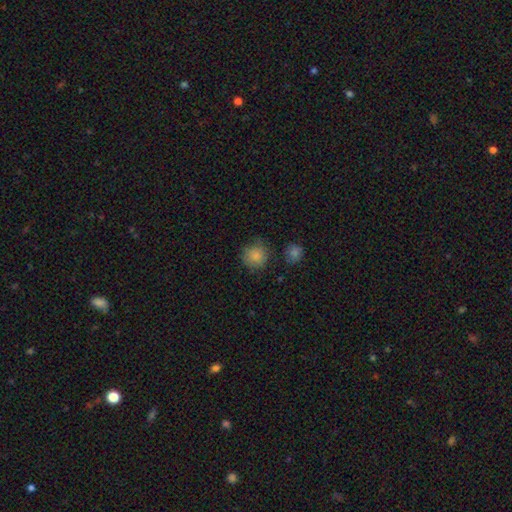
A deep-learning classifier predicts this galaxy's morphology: This is clearly a smooth galaxy (84%). How rounded: clearly round (90%). Merging: likely none (73%).